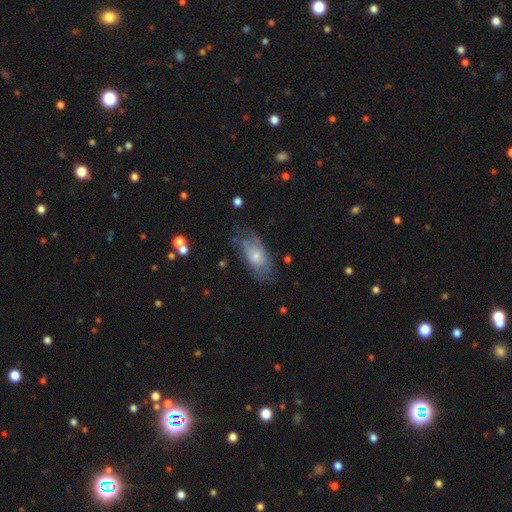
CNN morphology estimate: The model was most divided on "smooth or featured": featured or disk: 49%, smooth: 43%, star or artifact: 9%. More confident: merging — none (56%).